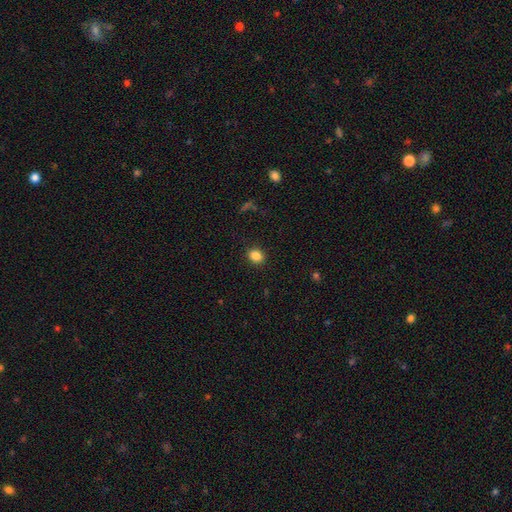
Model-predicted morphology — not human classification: This is clearly a smooth galaxy (85%). How rounded: possibly round (57%). Merging: clearly none (89%).